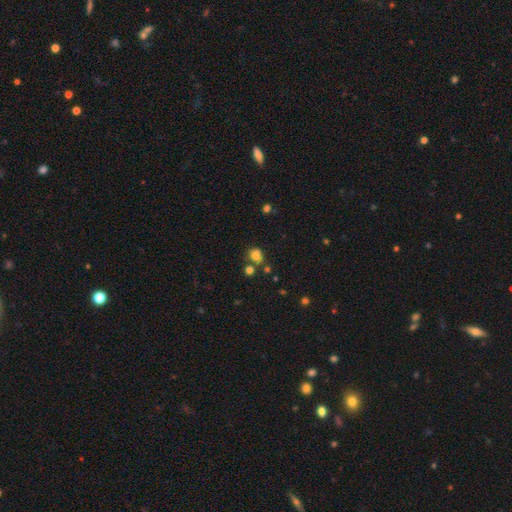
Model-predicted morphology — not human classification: Smooth or featured?
  - smooth: 74% *
  - star or artifact: 17%
  - featured or disk: 9%
How rounded?
  - round: 51% *
  - in between: 48%
  - cigar-shaped: 1%
Merging?
  - none: 52% *
  - merger: 24%
  - minor disturbance: 17%
  - major disturbance: 8%